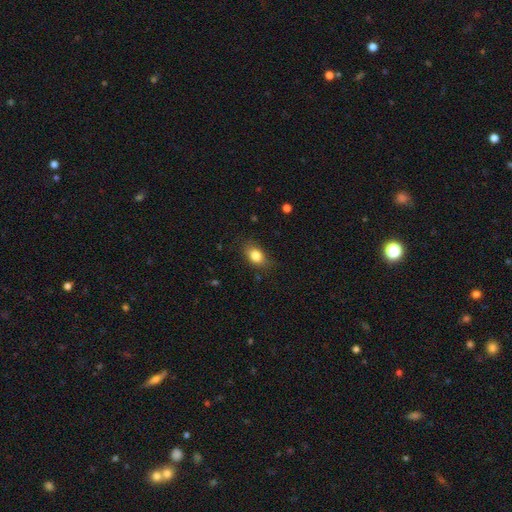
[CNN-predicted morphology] smooth_or_featured: smooth (p=0.83) [alt: star or artifact p=0.09]
how_rounded: in between (p=0.79) [alt: round p=0.19]
merging: none (p=0.78) [alt: minor disturbance p=0.17]